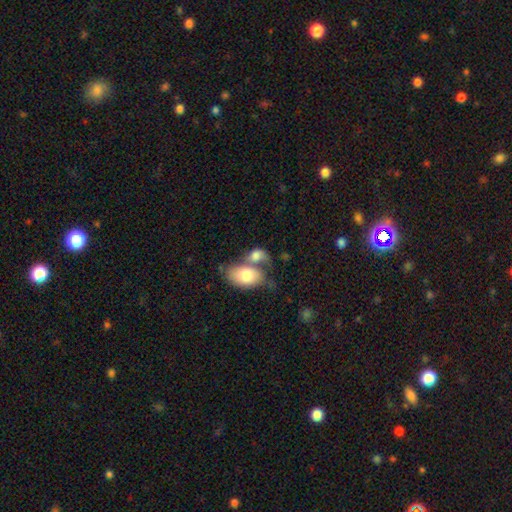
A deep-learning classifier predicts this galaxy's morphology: A smooth galaxy with no disk features (75%) that is in between round and cigar-shaped (84%). Merging: merger (64%).